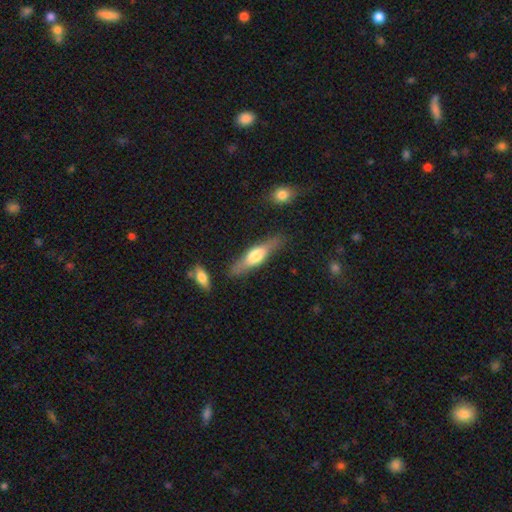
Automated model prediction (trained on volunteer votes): Q: Smooth or featured?
A: featured or disk (48%); runner-up: smooth (47%)
Q: Merging?
A: none (81%); runner-up: minor disturbance (13%)